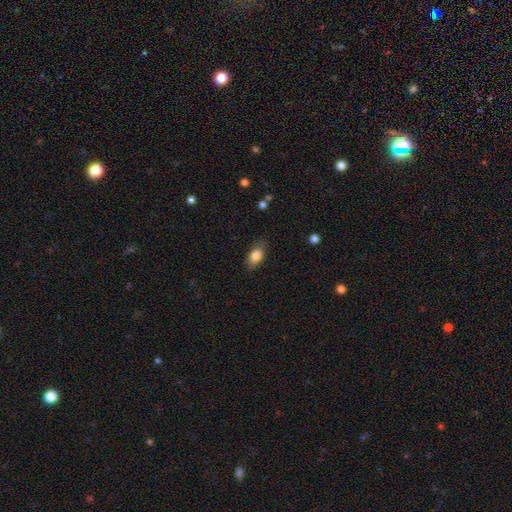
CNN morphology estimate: The model was most divided on "merging": none: 79%, minor disturbance: 16%, major disturbance: 4%, merger: 1%. More confident: how rounded — in between (88%); smooth or featured — smooth (83%).